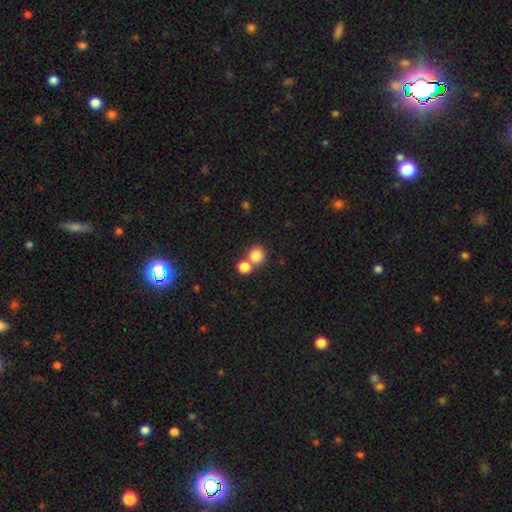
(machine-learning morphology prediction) A smooth galaxy with no disk features (83%) that is round (87%).

Vote fractions:
- Smooth or featured? smooth: 83% / star or artifact: 11% / featured or disk: 7%
- How rounded? round: 87% / in between: 12% / cigar-shaped: 1%
- Merging? none: 51% / merger: 40% / minor disturbance: 6% / major disturbance: 3%